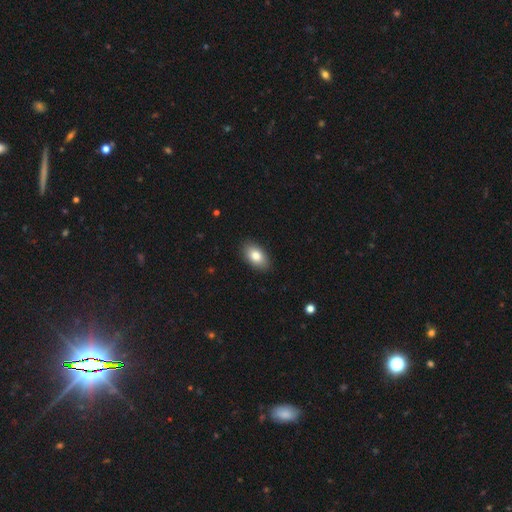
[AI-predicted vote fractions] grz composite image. It shows a smooth galaxy with no disk features (82%) that is in between round and cigar-shaped (93%). Merging: none (89%).